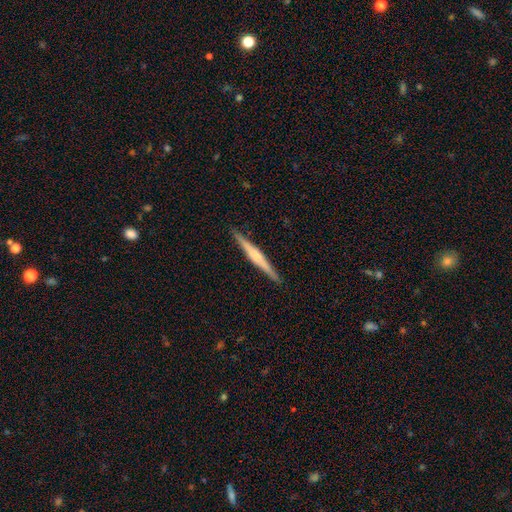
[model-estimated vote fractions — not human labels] Smooth or featured? Predicted: featured or disk (p=0.65). Edge-on disk? Predicted: yes (p=0.98). Edge-on bulge? Predicted: rounded (p=0.57). Merging? Predicted: none (p=0.91).